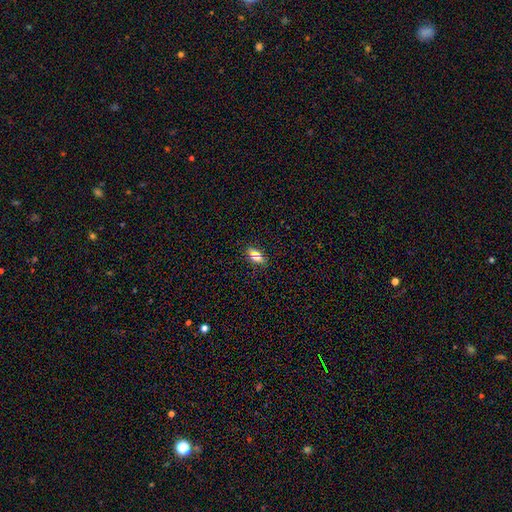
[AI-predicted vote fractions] A smooth galaxy with no disk features (72%) that is in between round and cigar-shaped (79%). Merging: none (87%).